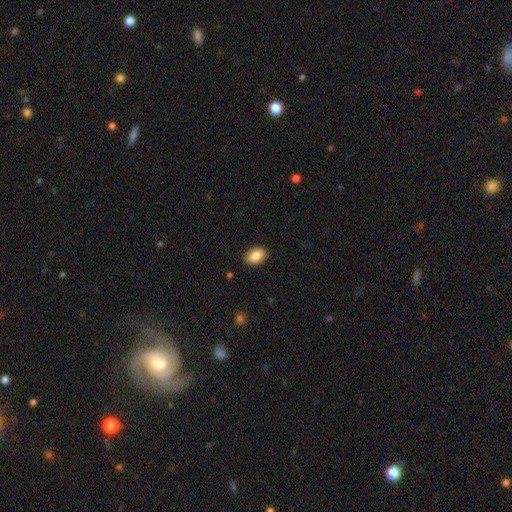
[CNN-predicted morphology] Q: Smooth or featured?
A: smooth (86%); runner-up: star or artifact (7%)
Q: How rounded?
A: in between (86%); runner-up: round (13%)
Q: Merging?
A: none (89%); runner-up: minor disturbance (8%)